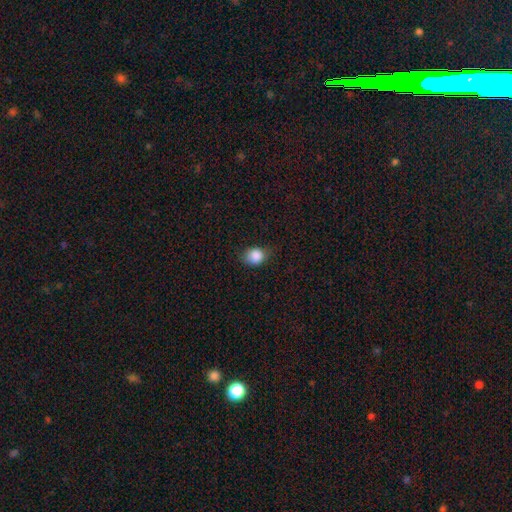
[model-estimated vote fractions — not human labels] This appears to be a smooth galaxy with no disk features (86%) that is round (59%). Merging: none (69%).